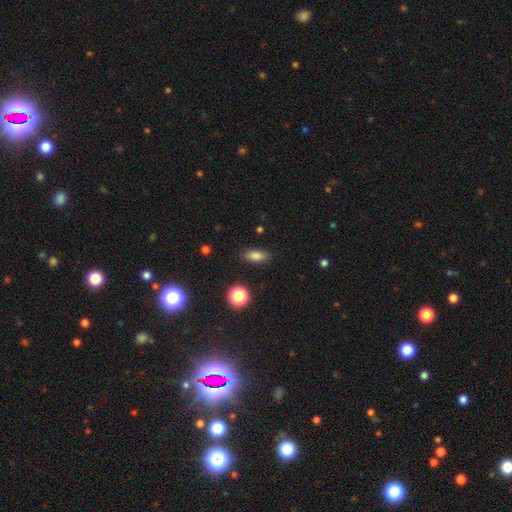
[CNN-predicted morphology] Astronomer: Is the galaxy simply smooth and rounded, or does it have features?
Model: smooth — 82%.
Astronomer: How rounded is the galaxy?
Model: in between — 79%.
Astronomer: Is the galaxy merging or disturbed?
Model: none — 87%.